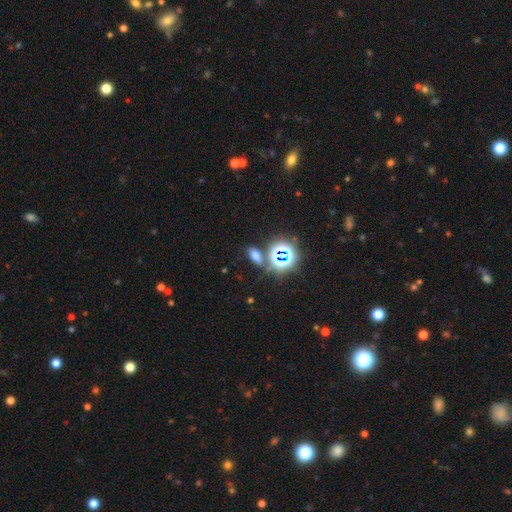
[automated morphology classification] This is possibly a smooth galaxy (56%). How rounded: likely in between (78%). Merging: likely none (76%).